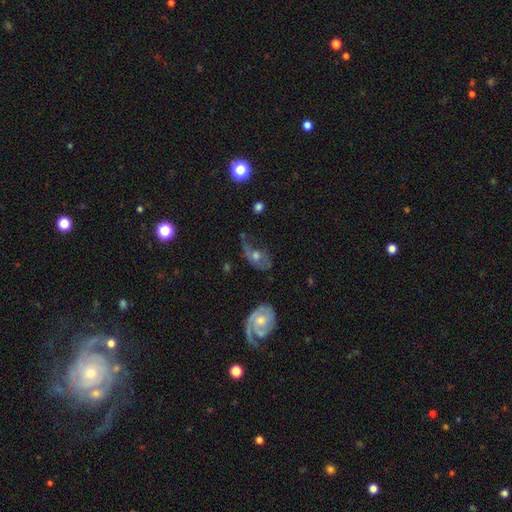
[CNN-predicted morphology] Overall: featured or disk (58%; smooth 32%). Edge-on disk: no (91%). Bar: no (77%). Spiral arms: yes (66%; no 34%). Bulge size: moderate (61%; small 28%). Merging: major disturbance (40%; none 29%).